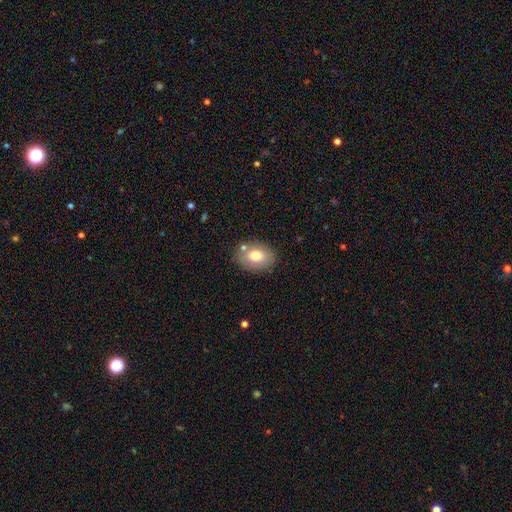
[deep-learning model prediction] A smooth galaxy with no disk features (74%) that is in between round and cigar-shaped (72%). Merging: none (79%).